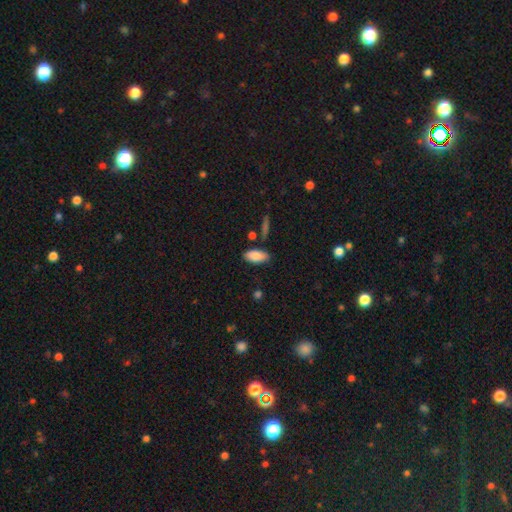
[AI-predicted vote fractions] This appears to be a smooth galaxy with no disk features (84%) that is in between round and cigar-shaped (90%). Merging: none (78%).